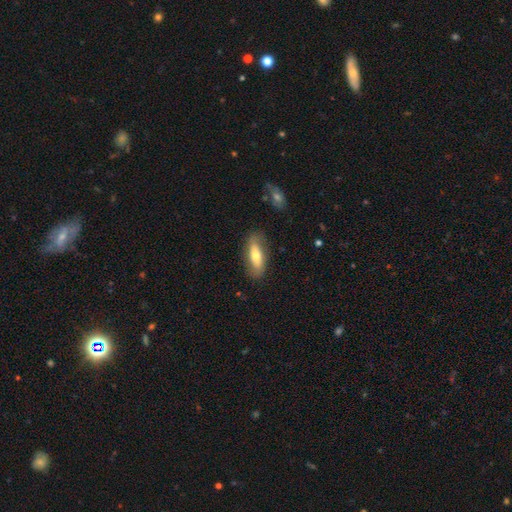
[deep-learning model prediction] A smooth galaxy with no disk features (63%) that is in between round and cigar-shaped (65%). Merging: none (80%).